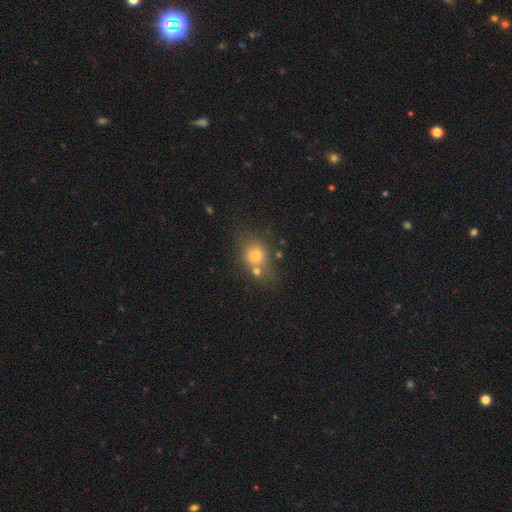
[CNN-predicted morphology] smooth_or_featured: smooth (p=0.70) [alt: featured or disk p=0.15]
how_rounded: round (p=0.63) [alt: in between p=0.36]
merging: none (p=0.50) [alt: merger p=0.30]